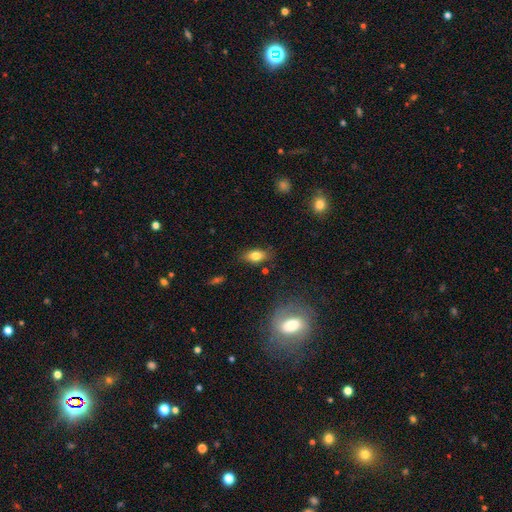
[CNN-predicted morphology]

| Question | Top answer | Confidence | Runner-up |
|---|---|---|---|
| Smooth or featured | smooth | 79% | featured or disk (12%) |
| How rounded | in between | 86% | cigar-shaped (7%) |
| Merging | none | 82% | minor disturbance (13%) |